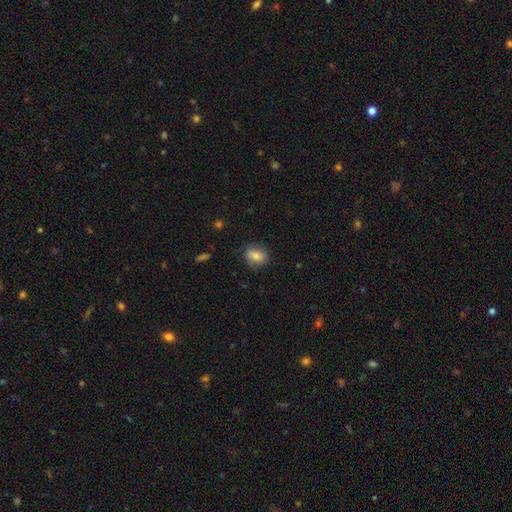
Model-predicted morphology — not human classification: A smooth galaxy with no disk features (80%) that is in between round and cigar-shaped (58%).

Vote fractions:
- Smooth or featured? smooth: 80% / featured or disk: 12% / star or artifact: 8%
- How rounded? in between: 58% / round: 40% / cigar-shaped: 2%
- Merging? none: 80% / minor disturbance: 15% / major disturbance: 4% / merger: 1%